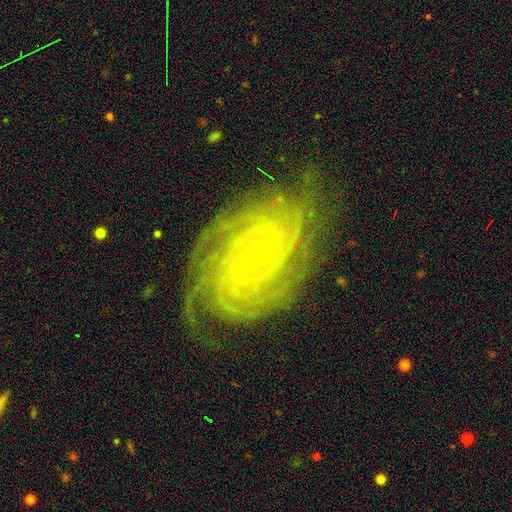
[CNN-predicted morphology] type=featured or disk (91%); edge-on=no (97%); bar=weak (40%); spiral arms=yes (98%); winding=tight (79%); arm count=2 (24%); bulge=small (88%); merging=none (77%).